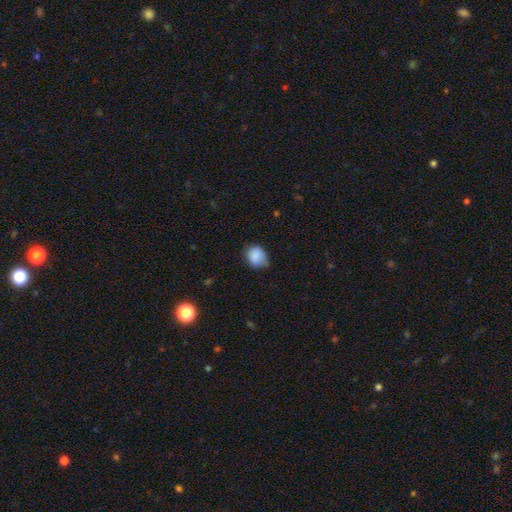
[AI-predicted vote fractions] Morphology: type=smooth (87%); roundness=round (66%); merging=none (61%).